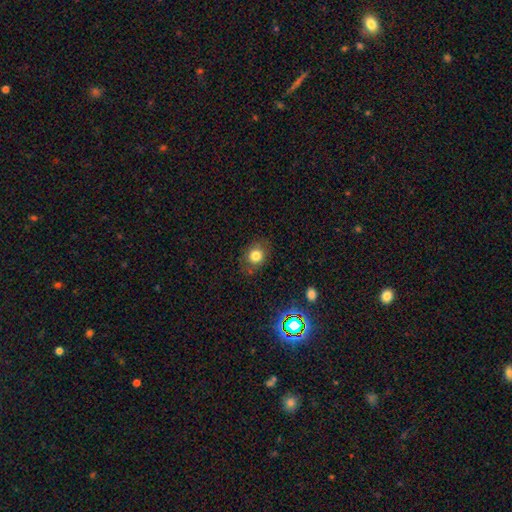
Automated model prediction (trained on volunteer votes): smooth-or-featured: smooth: 78% | star or artifact: 13% | featured or disk: 9%
  how-rounded: round: 63% | in between: 36% | cigar-shaped: 1%
  merging: none: 79% | minor disturbance: 15% | major disturbance: 5% | merger: 1%